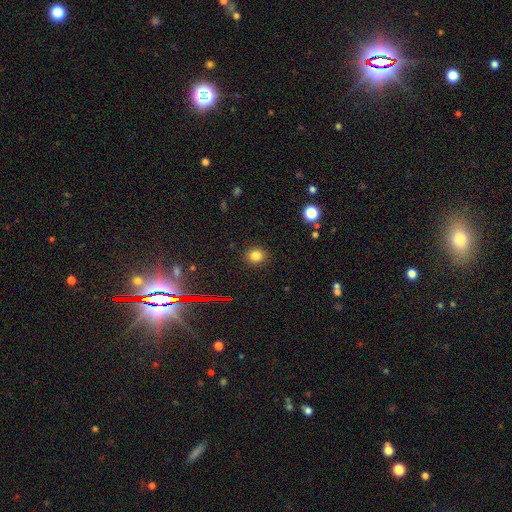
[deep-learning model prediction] The model was most divided on "how rounded": round: 77%, in between: 22%, cigar-shaped: 1%. More confident: merging — none (90%); smooth or featured — smooth (80%).